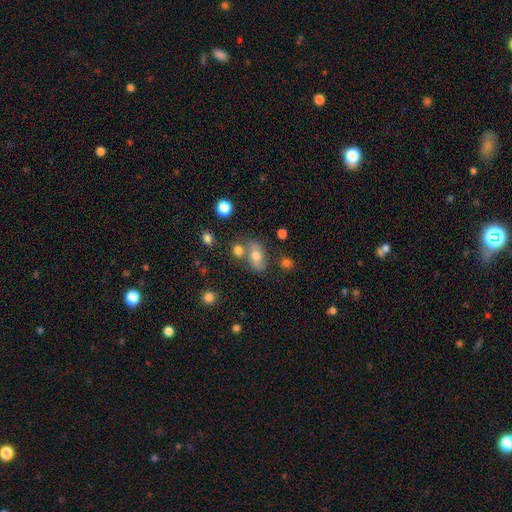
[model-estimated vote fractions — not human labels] smooth-or-featured: smooth: 55% | featured or disk: 31% | star or artifact: 14%
  how-rounded: in between: 76% | round: 20% | cigar-shaped: 4%
  merging: none: 59% | merger: 20% | minor disturbance: 15% | major disturbance: 6%